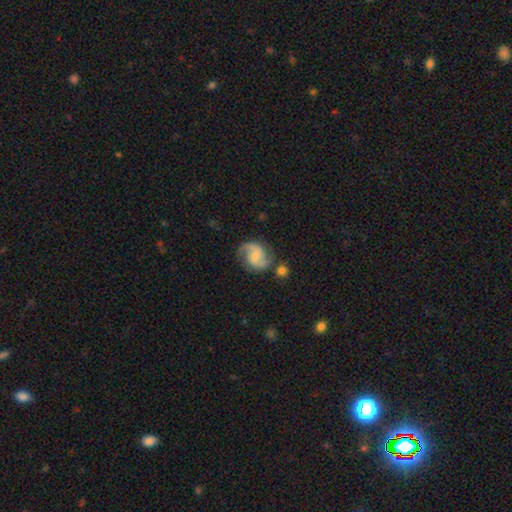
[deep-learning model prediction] Q: Smooth or featured?
A: featured or disk (73%); runner-up: smooth (21%)
Q: Edge-on disk?
A: no (98%); runner-up: yes (2%)
Q: Bar?
A: weak (50%); runner-up: no (37%)
Q: Spiral arms?
A: yes (93%); runner-up: no (7%)
Q: Spiral winding?
A: medium (49%); runner-up: loose (31%)
Q: Spiral arm count?
A: 2 (84%); runner-up: 1 (6%)
Q: Bulge size?
A: small (49%); runner-up: moderate (37%)
Q: Merging?
A: none (64%); runner-up: minor disturbance (20%)